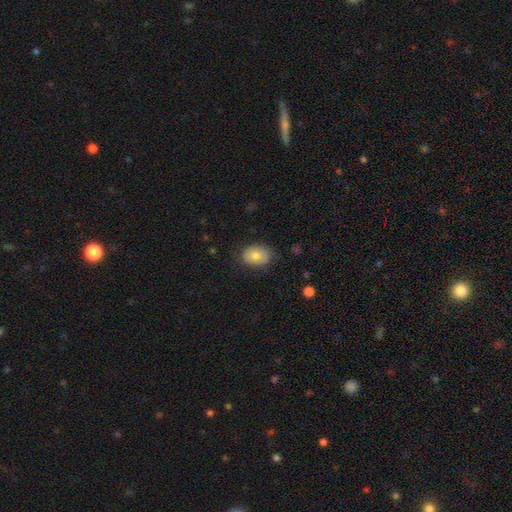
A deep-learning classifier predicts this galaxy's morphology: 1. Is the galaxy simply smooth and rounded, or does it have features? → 73% smooth, 20% featured or disk, 8% star or artifact.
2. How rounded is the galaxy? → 77% in between, 22% round, 1% cigar-shaped.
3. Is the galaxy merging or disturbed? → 75% none, 19% minor disturbance, 5% major disturbance, 1% merger.